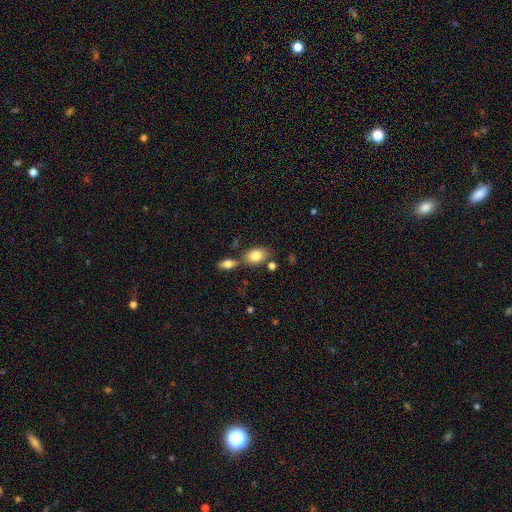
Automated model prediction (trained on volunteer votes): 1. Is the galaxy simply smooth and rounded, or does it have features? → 82% smooth, 10% featured or disk, 8% star or artifact.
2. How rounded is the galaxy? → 79% in between, 19% round, 2% cigar-shaped.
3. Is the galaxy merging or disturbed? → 61% none, 22% merger, 13% minor disturbance, 4% major disturbance.